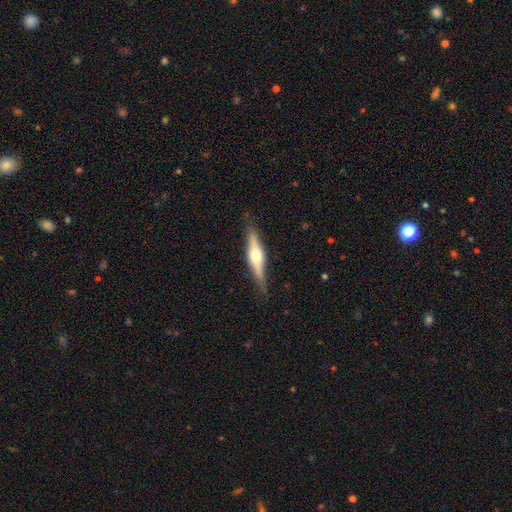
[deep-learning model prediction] Overall: featured or disk (66%; smooth 29%). Edge-on disk: yes (95%). Edge-on bulge: rounded (88%). Merging: none (83%).